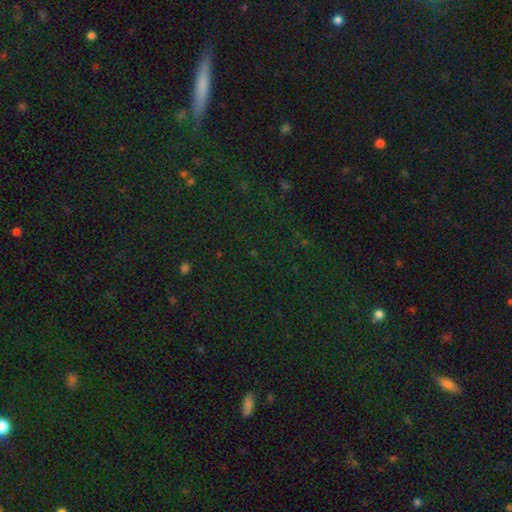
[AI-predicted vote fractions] Q: Smooth or featured?
A: star or artifact (71%); runner-up: smooth (18%)